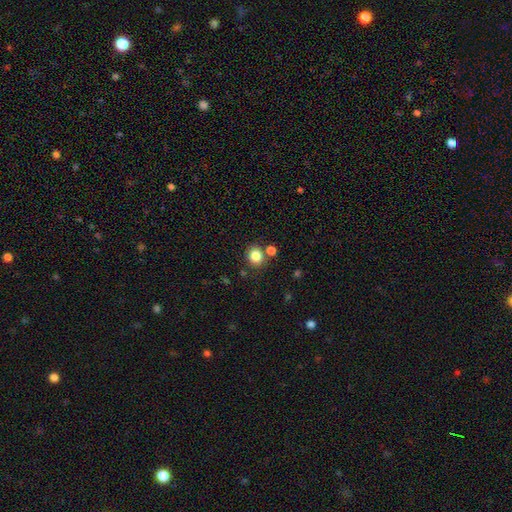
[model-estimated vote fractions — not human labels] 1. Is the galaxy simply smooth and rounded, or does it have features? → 83% smooth, 11% star or artifact, 6% featured or disk.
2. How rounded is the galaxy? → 84% round, 15% in between, 1% cigar-shaped.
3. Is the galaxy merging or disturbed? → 77% none, 11% merger, 8% minor disturbance, 3% major disturbance.